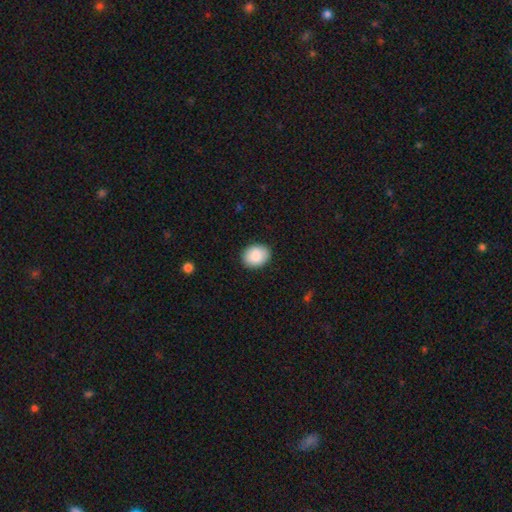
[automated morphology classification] smooth_or_featured: smooth (p=0.89) [alt: star or artifact p=0.07]
how_rounded: in between (p=0.59) [alt: round p=0.40]
merging: none (p=0.88) [alt: minor disturbance p=0.09]